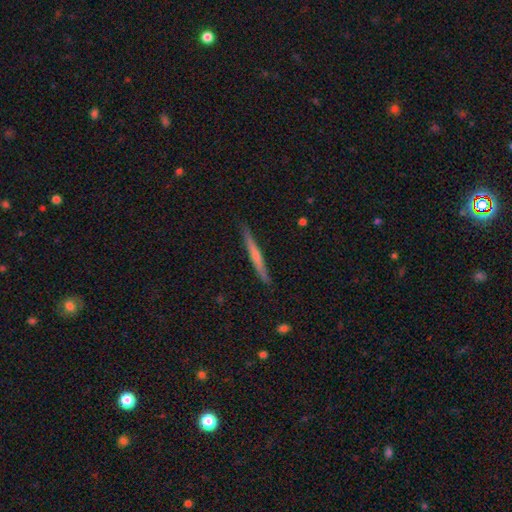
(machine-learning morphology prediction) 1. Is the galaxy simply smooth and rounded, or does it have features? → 49% featured or disk, 45% smooth, 6% star or artifact.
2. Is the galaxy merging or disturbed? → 88% none, 9% minor disturbance, 1% major disturbance, 1% merger.